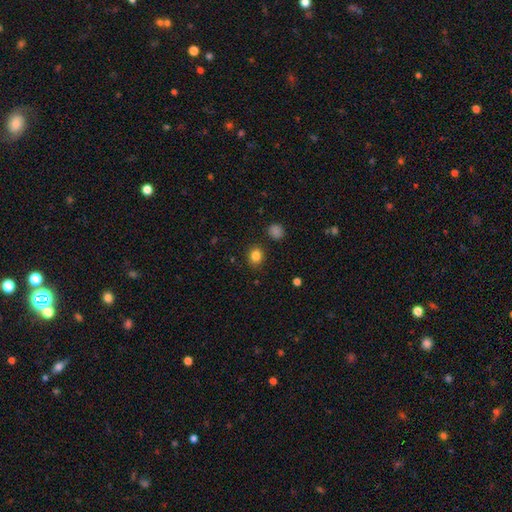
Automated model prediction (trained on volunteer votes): Morphology: type=smooth (84%); roundness=round (71%); merging=none (87%).